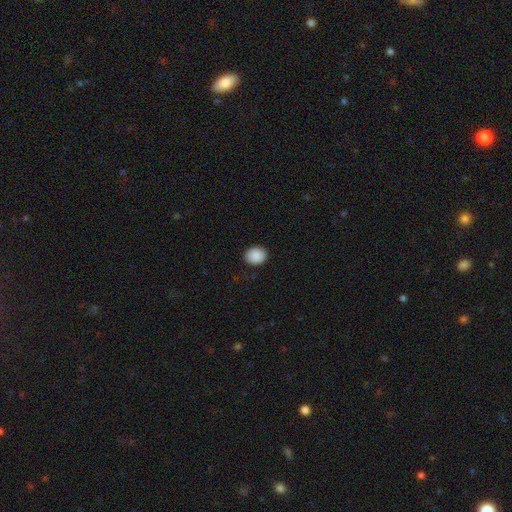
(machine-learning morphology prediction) A smooth galaxy with no disk features (90%) that is round (63%).

Vote fractions:
- Smooth or featured? smooth: 90% / star or artifact: 8% / featured or disk: 2%
- How rounded? round: 63% / in between: 36% / cigar-shaped: 1%
- Merging? none: 88% / minor disturbance: 9% / major disturbance: 2% / merger: 1%